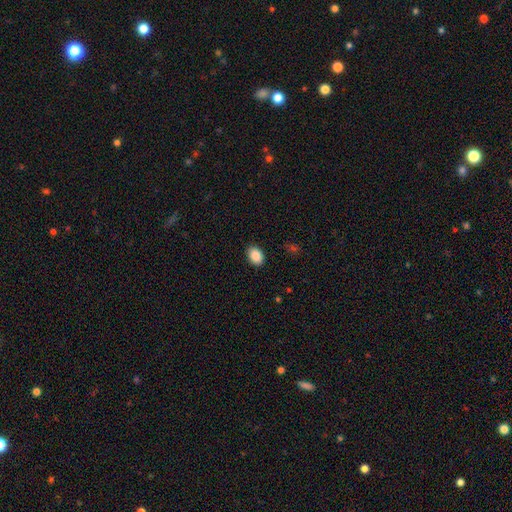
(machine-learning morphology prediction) type=smooth (89%); roundness=in between (79%); merging=none (88%).